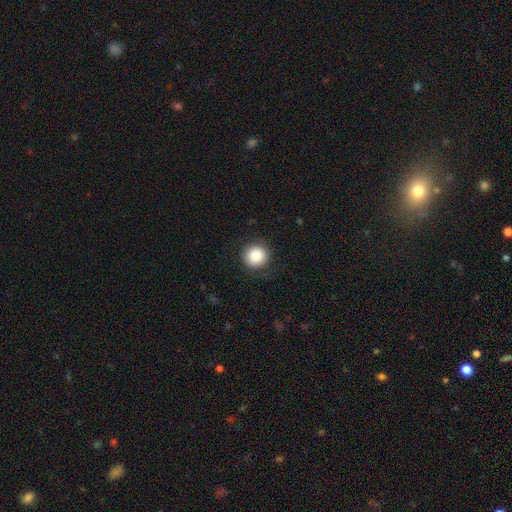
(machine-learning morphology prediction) Q: Smooth or featured?
A: smooth (88%); runner-up: star or artifact (8%)
Q: How rounded?
A: round (92%); runner-up: in between (7%)
Q: Merging?
A: none (87%); runner-up: minor disturbance (9%)